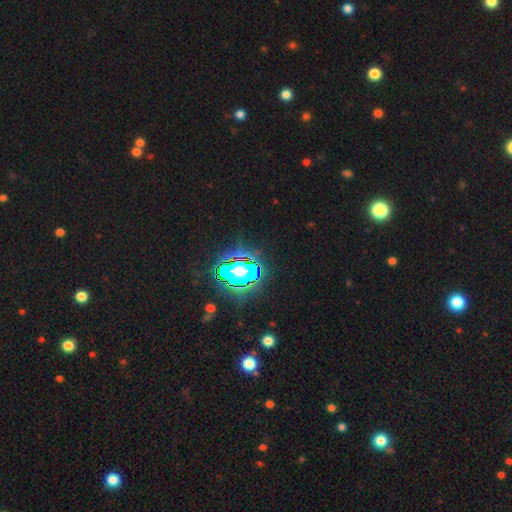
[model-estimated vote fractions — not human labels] Smooth or featured: star or artifact — 84% (smooth — 10%)